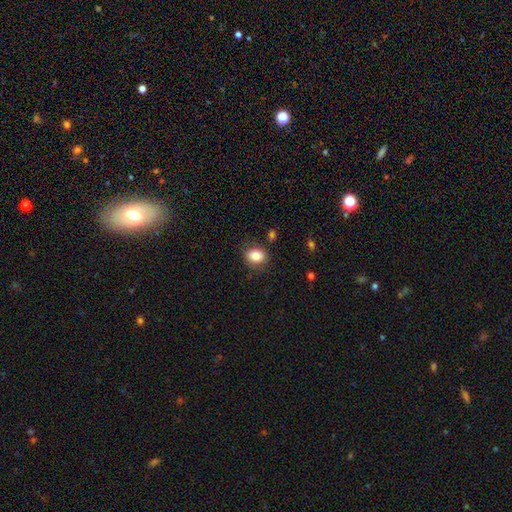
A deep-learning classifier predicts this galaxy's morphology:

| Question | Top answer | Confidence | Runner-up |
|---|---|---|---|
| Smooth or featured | smooth | 84% | star or artifact (9%) |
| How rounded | in between | 52% | round (47%) |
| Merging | none | 81% | minor disturbance (13%) |